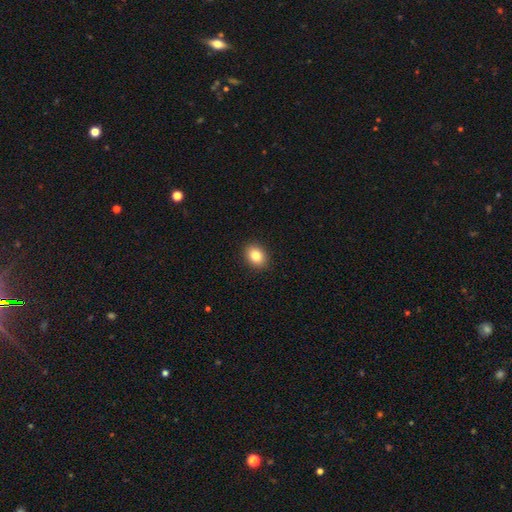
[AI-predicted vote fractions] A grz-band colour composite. It shows a smooth galaxy with no disk features (85%) that is in between round and cigar-shaped (63%). Merging: none (90%).